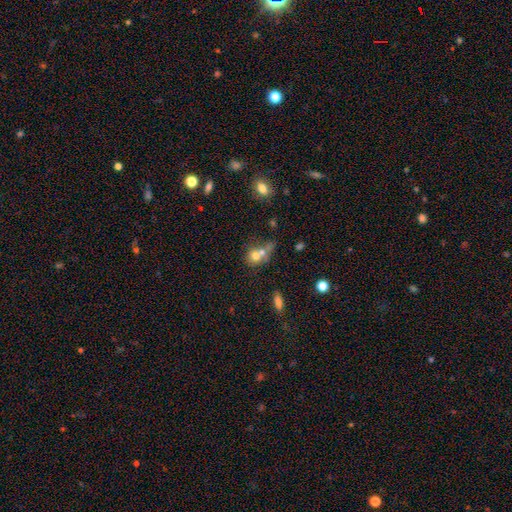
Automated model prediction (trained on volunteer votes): Smooth or featured?
  - smooth: 69% *
  - featured or disk: 19%
  - star or artifact: 13%
How rounded?
  - round: 67% *
  - in between: 31%
  - cigar-shaped: 2%
Merging?
  - merger: 60% *
  - none: 26%
  - minor disturbance: 9%
  - major disturbance: 6%